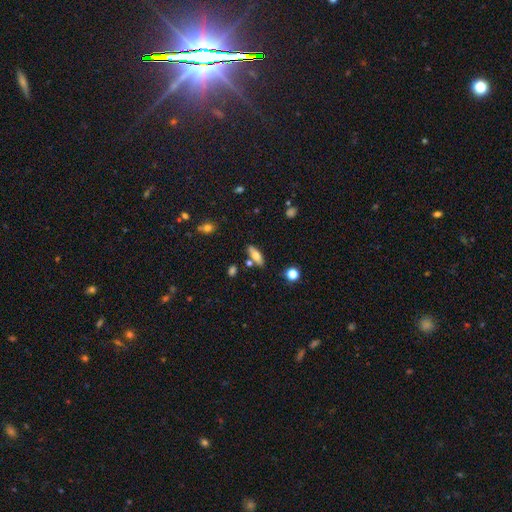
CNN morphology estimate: smooth-or-featured: smooth: 60% | featured or disk: 31% | star or artifact: 8%
  how-rounded: in between: 63% | cigar-shaped: 33% | round: 3%
  merging: none: 75% | minor disturbance: 12% | merger: 10% | major disturbance: 3%